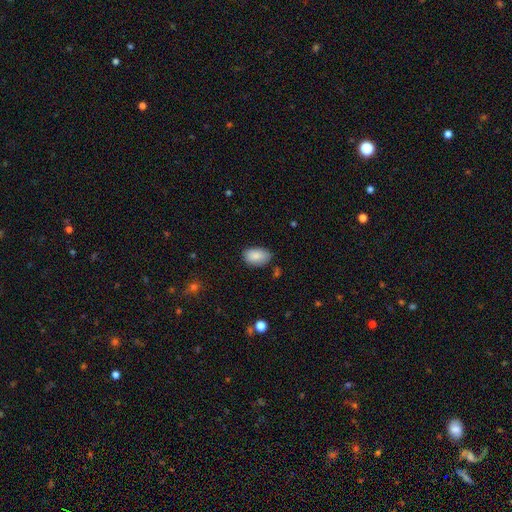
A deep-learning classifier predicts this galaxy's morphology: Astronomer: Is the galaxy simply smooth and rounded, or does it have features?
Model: smooth — 88%.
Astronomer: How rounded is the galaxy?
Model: in between — 91%.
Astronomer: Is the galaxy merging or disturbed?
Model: none — 74%.